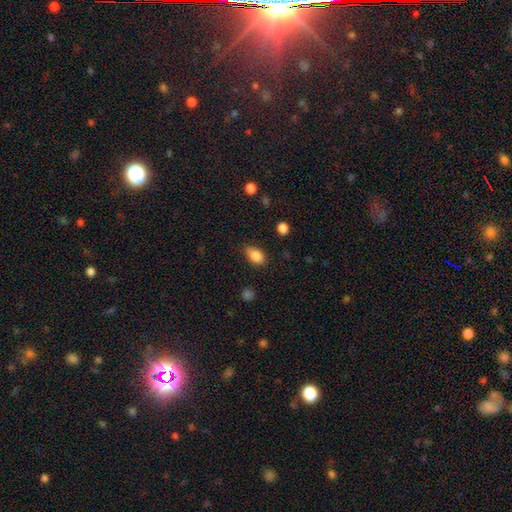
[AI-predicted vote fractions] Overall: smooth (86%). How rounded: in between (88%). Merging: none (74%).